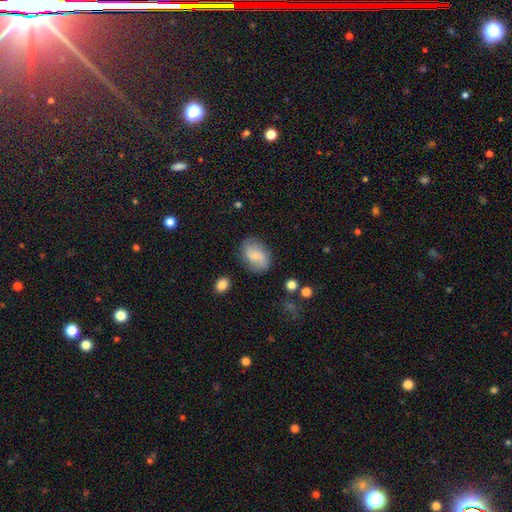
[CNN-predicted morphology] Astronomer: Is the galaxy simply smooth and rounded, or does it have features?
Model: smooth — 59%.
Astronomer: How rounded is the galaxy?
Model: in between — 82%.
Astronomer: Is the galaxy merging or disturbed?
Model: none — 76%.